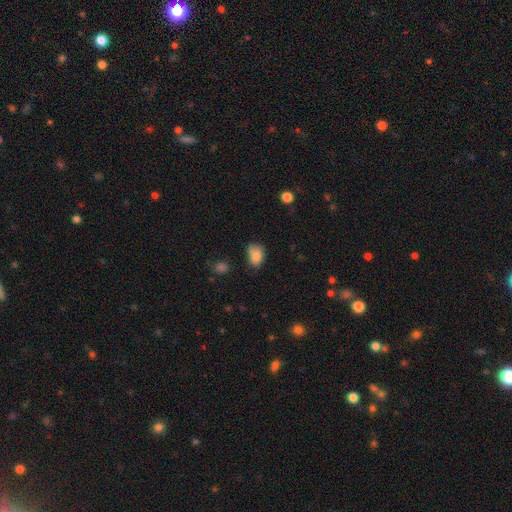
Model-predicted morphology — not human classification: smooth 83%, star or artifact 10%, featured or disk 7%. Down the decision tree: how rounded — in between (76%); merging — none (56%).